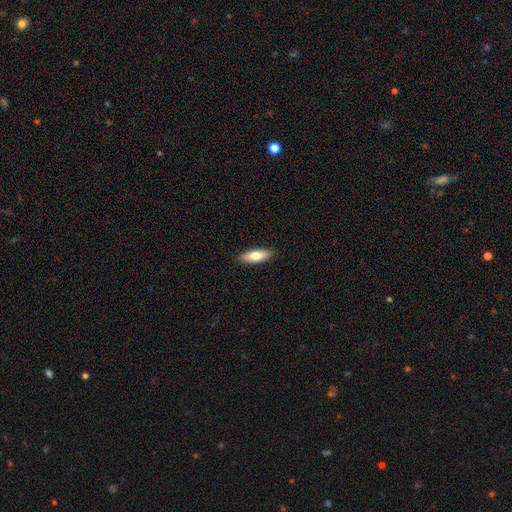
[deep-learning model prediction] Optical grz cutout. It shows a smooth galaxy with no disk features (77%) that is in between round and cigar-shaped (62%). Merging: none (89%).